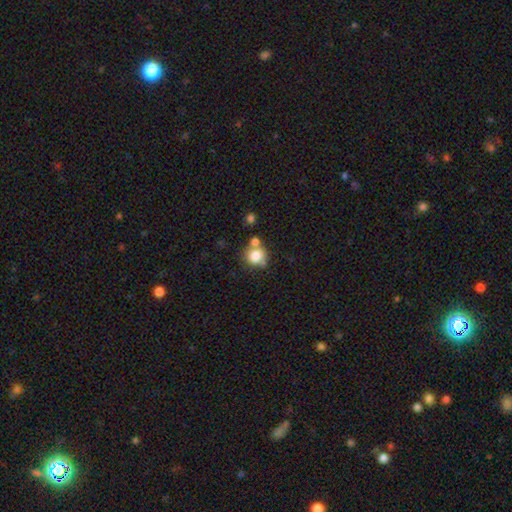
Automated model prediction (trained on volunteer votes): A smooth galaxy with no disk features (80%) that is round (87%). Merging: none (59%).